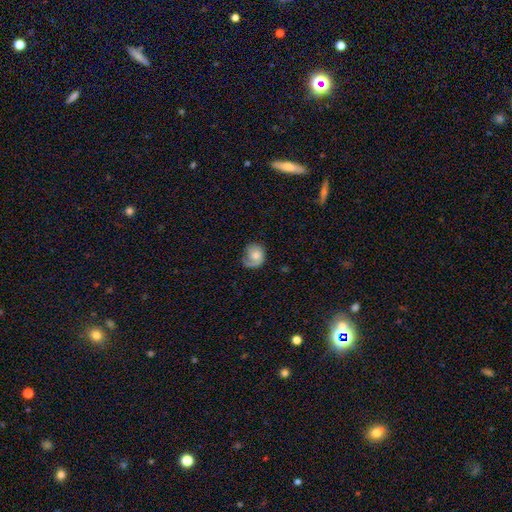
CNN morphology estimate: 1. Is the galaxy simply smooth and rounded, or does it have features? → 49% featured or disk, 44% smooth, 7% star or artifact.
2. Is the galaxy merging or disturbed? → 52% none, 24% minor disturbance, 22% major disturbance, 2% merger.